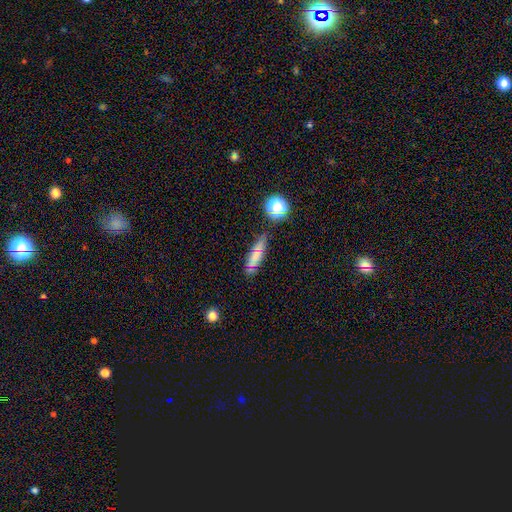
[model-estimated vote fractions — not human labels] Overall: smooth (68%). How rounded: cigar-shaped (67%). Merging: none (73%).